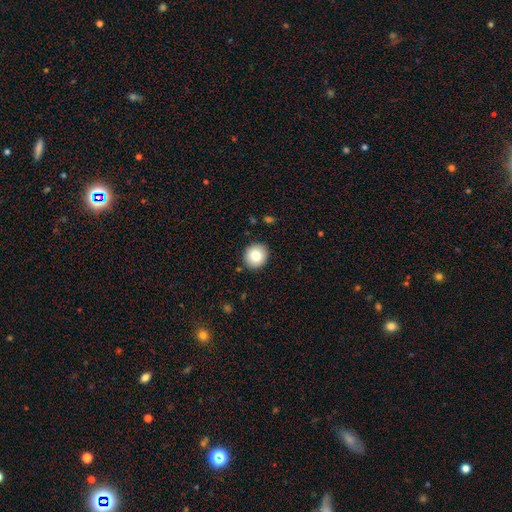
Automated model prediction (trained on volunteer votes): Smooth or featured? Predicted: smooth (p=0.82). How rounded? Predicted: round (p=0.89). Merging? Predicted: none (p=0.90).